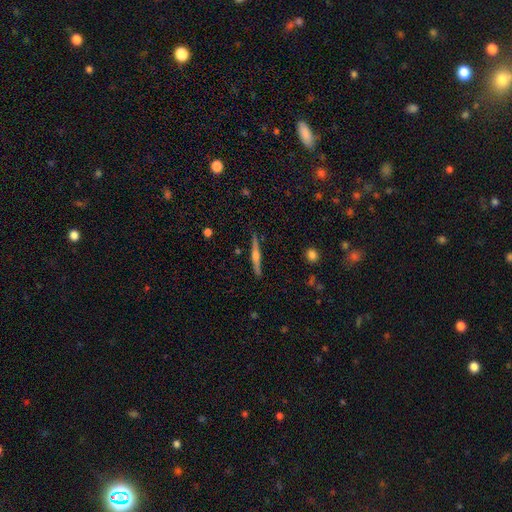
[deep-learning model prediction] A featured or disk galaxy (75%) viewed edge-on (98%) with a rounded central bulge (86%). Merging: none (90%).